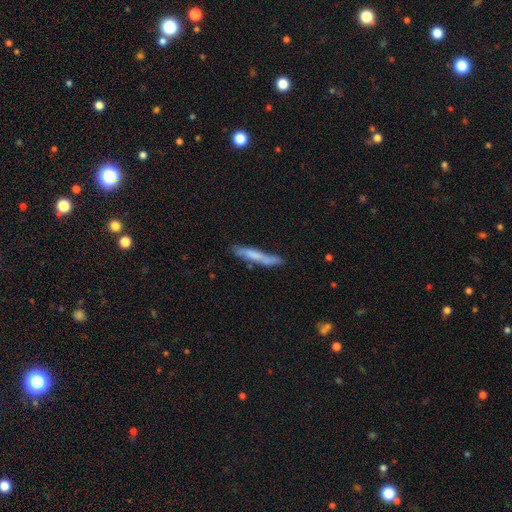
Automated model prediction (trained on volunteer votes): Smooth or featured? smooth (62%)
How rounded? cigar-shaped (93%)
Merging? none (70%)